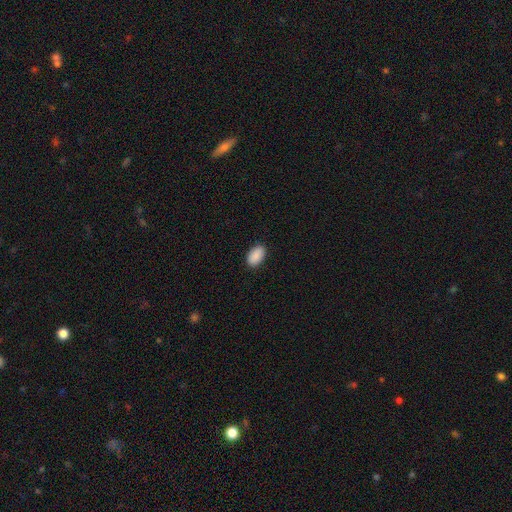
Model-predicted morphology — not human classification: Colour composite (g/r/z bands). It shows a smooth galaxy with no disk features (91%) that is in between round and cigar-shaped (93%). Merging: none (88%).